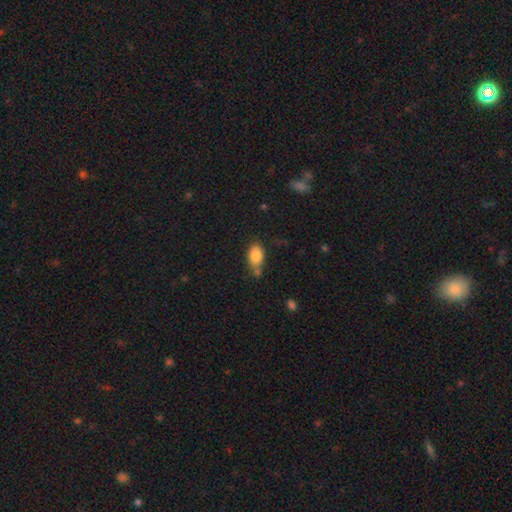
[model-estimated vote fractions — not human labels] Overall: smooth (84%). How rounded: in between (88%). Merging: none (62%).